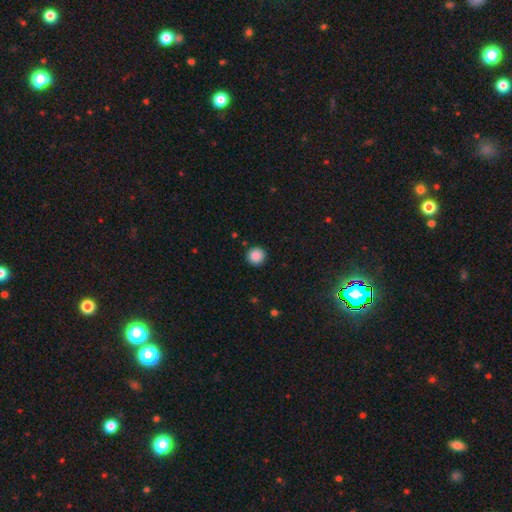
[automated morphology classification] A smooth galaxy with no disk features (88%) that is round (95%).

Vote fractions:
- Smooth or featured? smooth: 88% / star or artifact: 9% / featured or disk: 3%
- How rounded? round: 95% / in between: 4% / cigar-shaped: 1%
- Merging? none: 92% / minor disturbance: 5% / major disturbance: 2% / merger: 1%